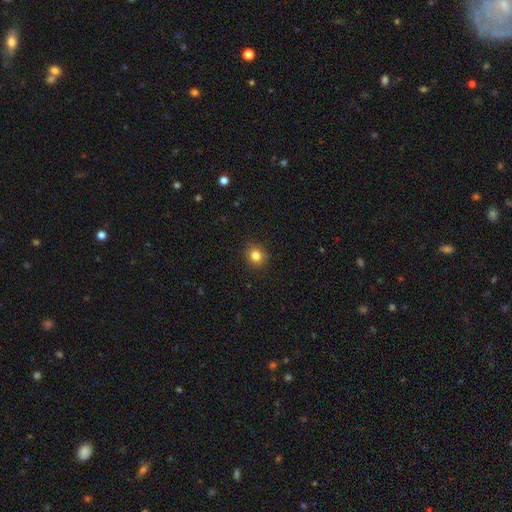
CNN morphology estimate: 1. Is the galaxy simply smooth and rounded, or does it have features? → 83% smooth, 12% star or artifact, 6% featured or disk.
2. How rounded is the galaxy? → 86% round, 13% in between, 1% cigar-shaped.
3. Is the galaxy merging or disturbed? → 90% none, 7% minor disturbance, 2% major disturbance, 1% merger.